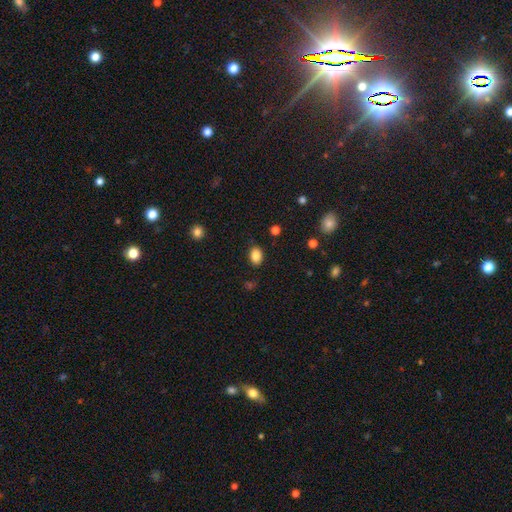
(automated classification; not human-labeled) smooth 86%, star or artifact 9%, featured or disk 5%. Down the decision tree: how rounded — in between (73%); merging — none (85%).